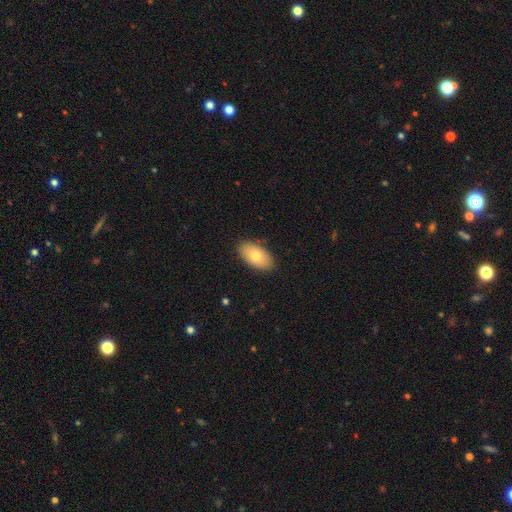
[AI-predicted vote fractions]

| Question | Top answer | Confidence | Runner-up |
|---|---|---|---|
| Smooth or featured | smooth | 75% | featured or disk (19%) |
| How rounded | in between | 94% | round (4%) |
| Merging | none | 88% | minor disturbance (9%) |